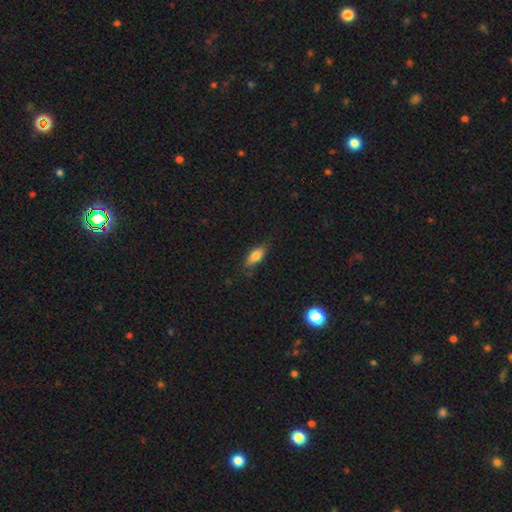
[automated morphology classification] A smooth galaxy with no disk features (77%) that is in between round and cigar-shaped (75%). Merging: none (75%).